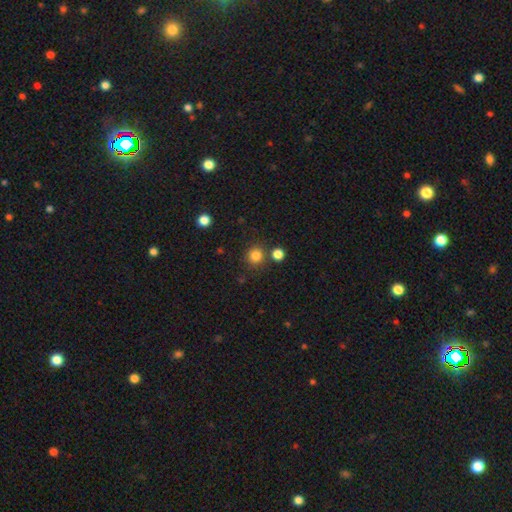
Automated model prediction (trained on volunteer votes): Q: Smooth or featured?
A: smooth (82%); runner-up: star or artifact (13%)
Q: How rounded?
A: round (92%); runner-up: in between (7%)
Q: Merging?
A: none (81%); runner-up: merger (9%)